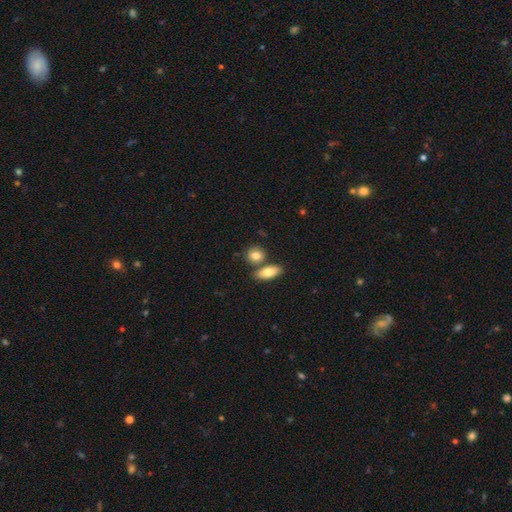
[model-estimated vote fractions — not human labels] Smooth or featured? Predicted: smooth (p=0.79). How rounded? Predicted: in between (p=0.55). Merging? Predicted: none (p=0.60).